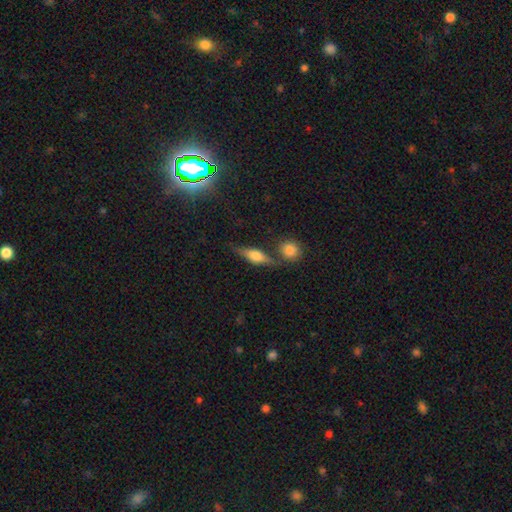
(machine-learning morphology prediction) This appears to be a featured or disk galaxy (53%) viewed edge-on (91%). Merging: none (71%).